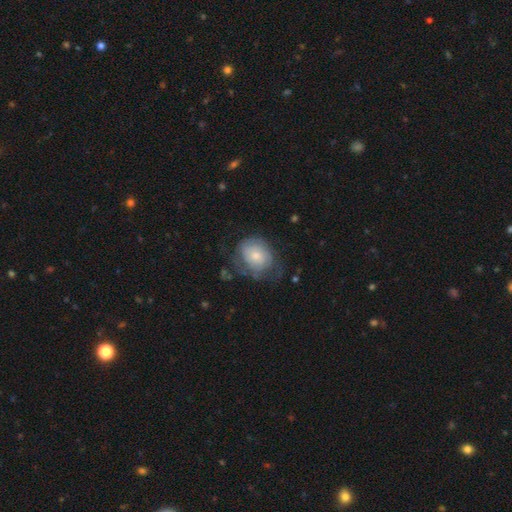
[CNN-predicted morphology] A smooth galaxy with no disk features (50%). Merging: none (47%).